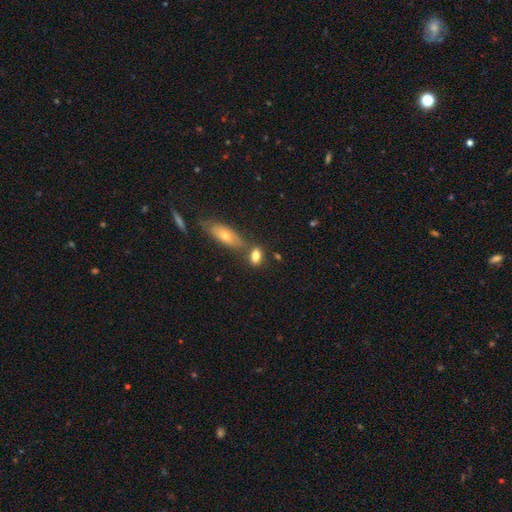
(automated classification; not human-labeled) Smooth or featured?
  - smooth: 78% *
  - featured or disk: 13%
  - star or artifact: 9%
How rounded?
  - in between: 80% *
  - round: 11%
  - cigar-shaped: 9%
Merging?
  - none: 60% *
  - merger: 23%
  - minor disturbance: 13%
  - major disturbance: 4%